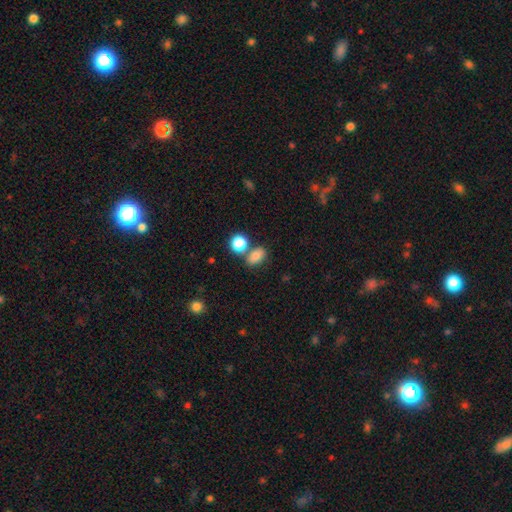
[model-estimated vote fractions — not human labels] Smooth or featured?
  - smooth: 80% *
  - star or artifact: 12%
  - featured or disk: 8%
How rounded?
  - in between: 74% *
  - round: 24%
  - cigar-shaped: 2%
Merging?
  - none: 60% *
  - merger: 23%
  - minor disturbance: 12%
  - major disturbance: 4%